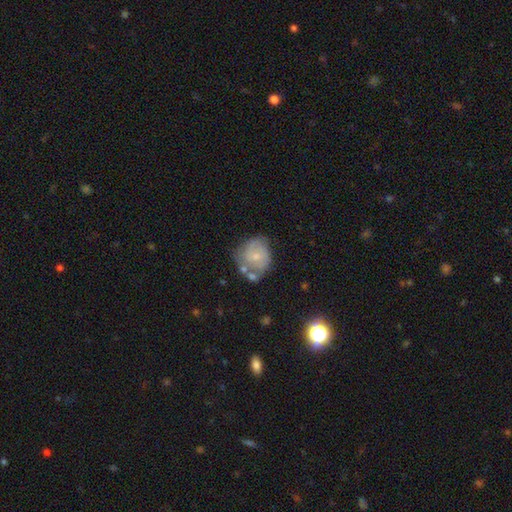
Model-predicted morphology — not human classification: This appears to be a smooth galaxy with no disk features (50%) that is round (73%). Merging: none (44%).